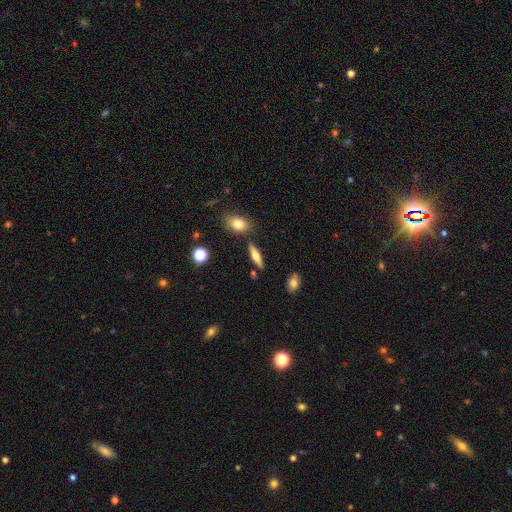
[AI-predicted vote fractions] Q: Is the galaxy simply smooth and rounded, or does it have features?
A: smooth — 54%.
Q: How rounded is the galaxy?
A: cigar-shaped — 61%.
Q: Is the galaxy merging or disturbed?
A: none — 82%.